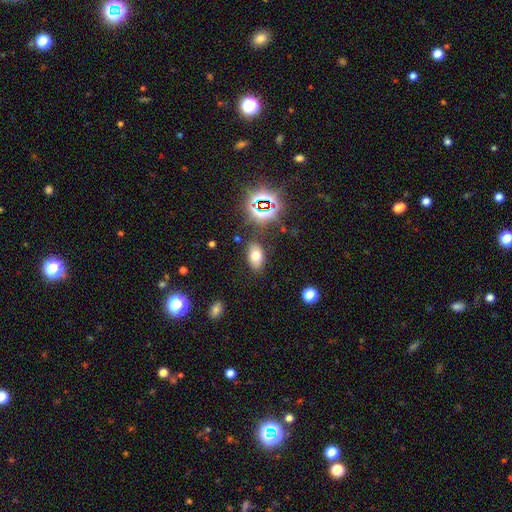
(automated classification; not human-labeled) Smooth or featured?
  - smooth: 67% *
  - star or artifact: 19%
  - featured or disk: 14%
How rounded?
  - in between: 88% *
  - round: 11%
  - cigar-shaped: 2%
Merging?
  - none: 81% *
  - minor disturbance: 12%
  - major disturbance: 4%
  - merger: 3%